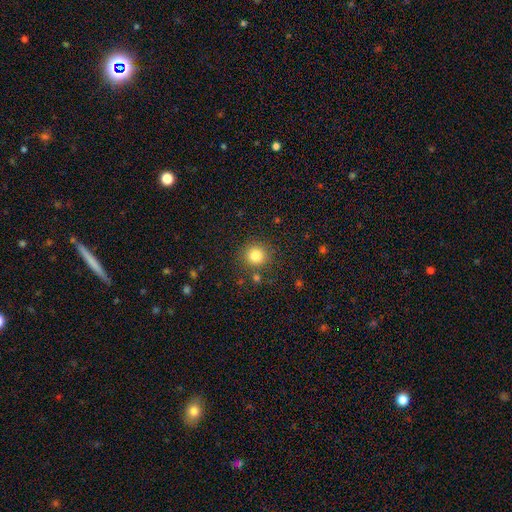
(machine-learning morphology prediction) A smooth galaxy with no disk features (82%) that is round (93%). Merging: none (86%).